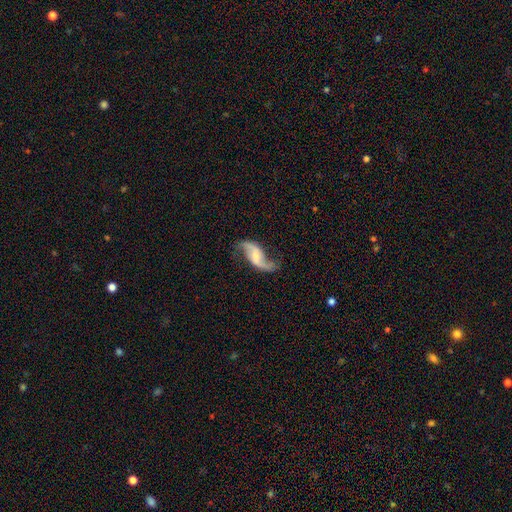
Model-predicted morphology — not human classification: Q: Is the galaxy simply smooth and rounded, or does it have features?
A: featured or disk — 88%.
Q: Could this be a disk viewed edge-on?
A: no — 97%.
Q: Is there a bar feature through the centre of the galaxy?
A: weak — 41%.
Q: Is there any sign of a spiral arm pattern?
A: yes — 96%.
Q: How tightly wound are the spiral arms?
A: loose — 86%.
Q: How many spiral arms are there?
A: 2 — 93%.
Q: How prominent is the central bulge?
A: small — 52%.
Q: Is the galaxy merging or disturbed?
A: none — 73%.